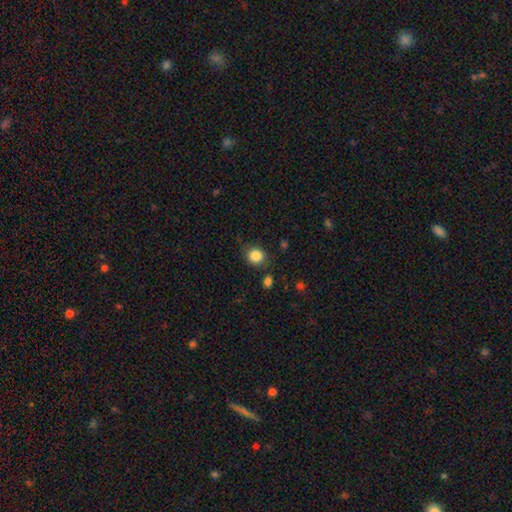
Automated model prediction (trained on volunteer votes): Smooth or featured? smooth (85%)
How rounded? round (80%)
Merging? none (79%)